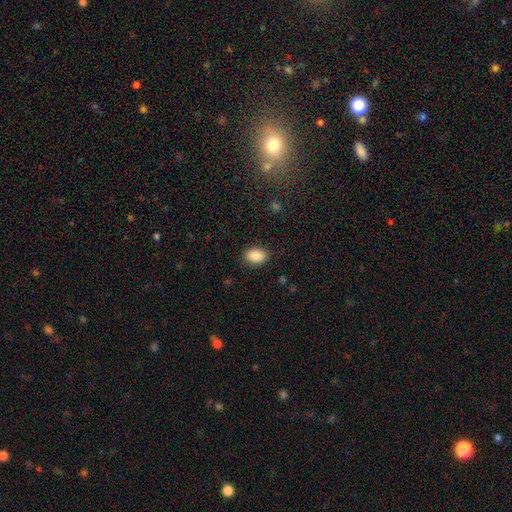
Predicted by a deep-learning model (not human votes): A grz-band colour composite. It shows a smooth galaxy with no disk features (88%) that is in between round and cigar-shaped (80%). Merging: none (86%).